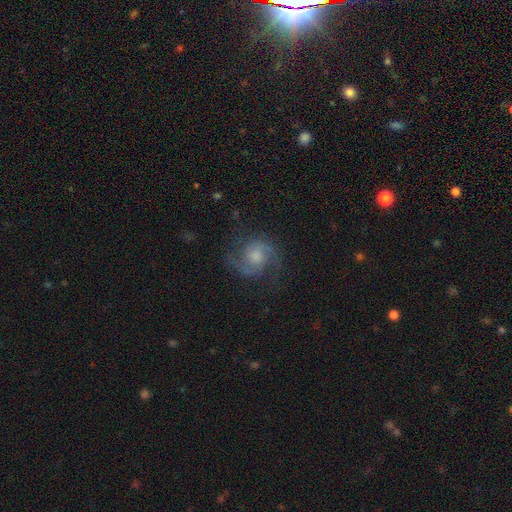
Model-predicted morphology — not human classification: smooth_or_featured: featured or disk (p=0.83) [alt: smooth p=0.09]
disk_edge_on: no (p=0.98) [alt: yes p=0.02]
bar: no (p=0.63) [alt: weak p=0.32]
has_spiral_arms: yes (p=0.97) [alt: no p=0.03]
spiral_winding: medium (p=0.56) [alt: tight p=0.24]
spiral_arm_count: 2 (p=0.89) [alt: can't tell p=0.04]
bulge_size: moderate (p=0.47) [alt: small p=0.30]
merging: none (p=0.77) [alt: minor disturbance p=0.15]